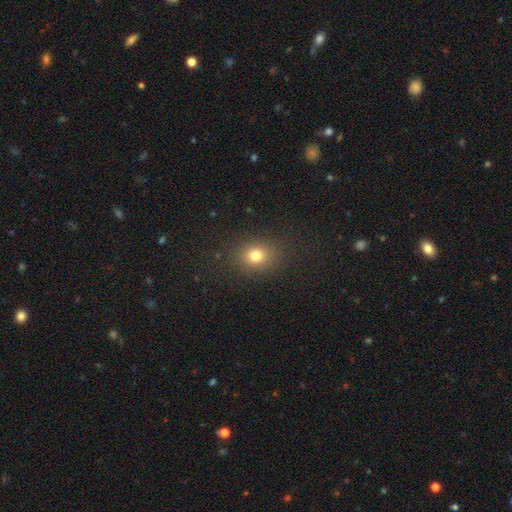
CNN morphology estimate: Smooth or featured: smooth — 78% (star or artifact — 15%)
How rounded: round — 59% (in between — 40%)
Merging: none — 84% (minor disturbance — 10%)